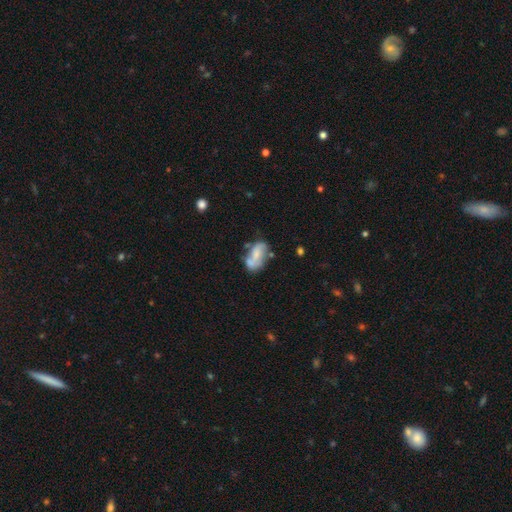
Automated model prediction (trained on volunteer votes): This appears to be a featured or disk galaxy (52%). Merging: none (39%).